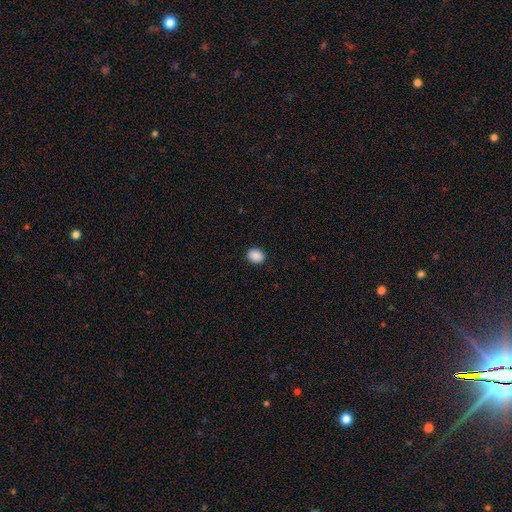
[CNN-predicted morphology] Smooth or featured? Predicted: smooth (p=0.90). How rounded? Predicted: round (p=0.51). Merging? Predicted: none (p=0.91).